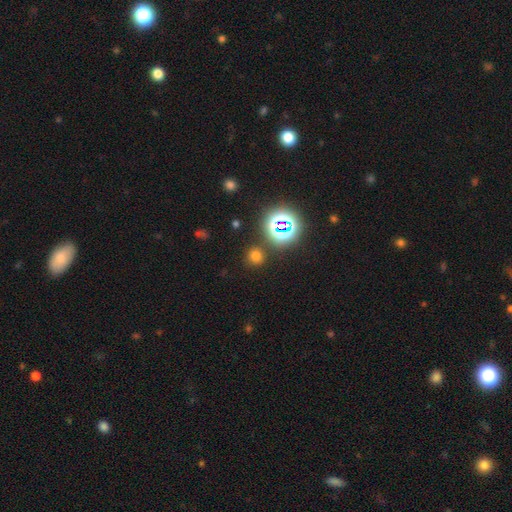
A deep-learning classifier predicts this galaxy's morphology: Overall: smooth (65%; star or artifact 29%). How rounded: round (89%). Merging: none (85%).